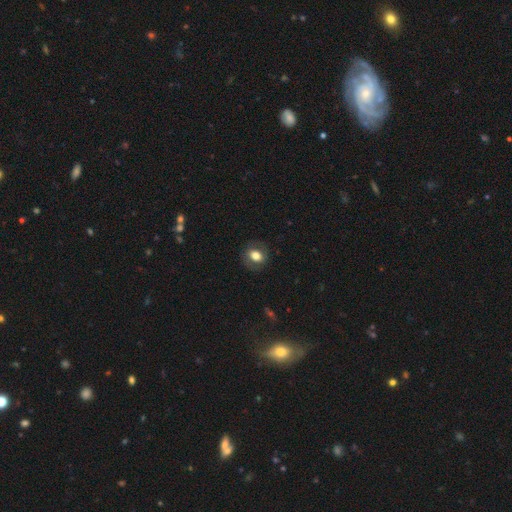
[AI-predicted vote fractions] Overall: smooth (66%). How rounded: round (53%; in between 45%). Merging: none (82%).